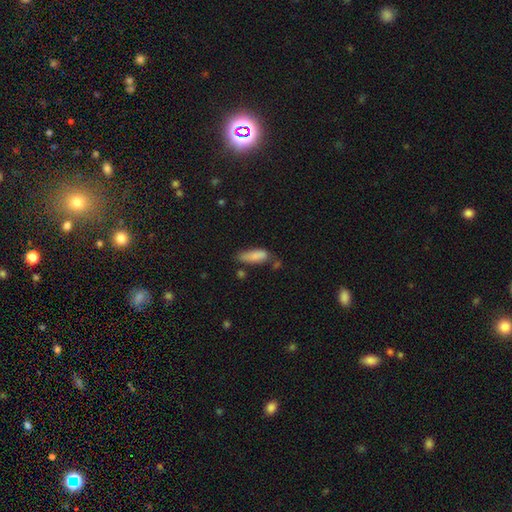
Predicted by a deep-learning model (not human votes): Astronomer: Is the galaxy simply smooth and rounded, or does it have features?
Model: smooth — 83%.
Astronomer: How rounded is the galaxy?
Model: in between — 59% (runner-up: cigar-shaped, 39%).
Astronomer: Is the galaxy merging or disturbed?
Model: none — 52% (runner-up: minor disturbance, 29%).